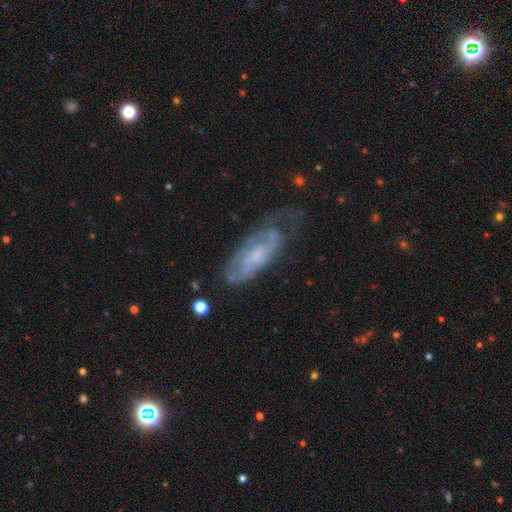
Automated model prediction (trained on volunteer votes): Smooth or featured: featured or disk — 66% (smooth — 26%)
Edge-on disk: no — 86% (yes — 14%)
Bar: no — 62% (weak — 32%)
Spiral arms: yes — 77% (no — 23%)
Bulge size: small — 46% (moderate — 30%)
Merging: none — 45% (minor disturbance — 30%)